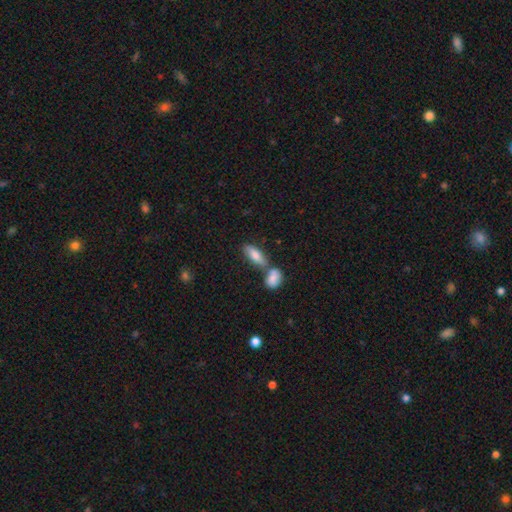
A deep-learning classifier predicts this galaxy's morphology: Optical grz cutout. It shows a smooth galaxy with no disk features (79%) that is in between round and cigar-shaped (75%). Merging: none (48%).